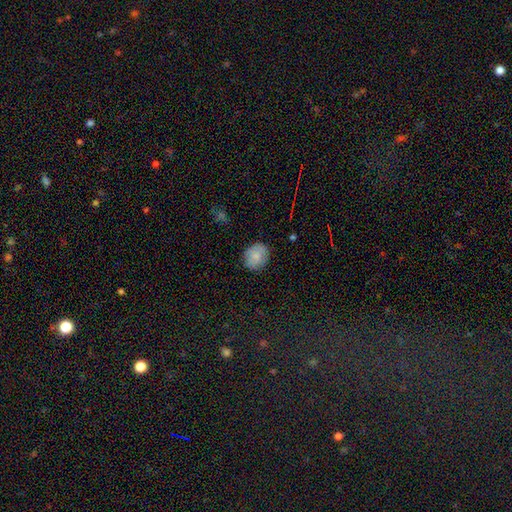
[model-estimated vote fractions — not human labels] The model was most divided on "how rounded": round: 63%, in between: 36%, cigar-shaped: 1%. More confident: smooth or featured — smooth (82%); merging — none (82%).